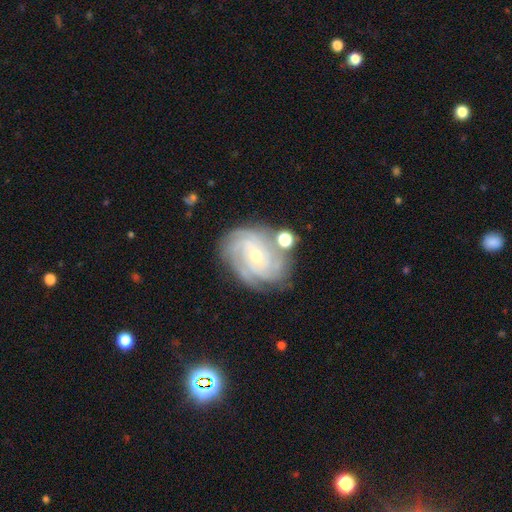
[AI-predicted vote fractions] featured or disk 87%, smooth 7%, star or artifact 6%. Down the decision tree: edge-on disk — no (97%); bar — no (53%); spiral arms — yes (97%); spiral arm count — 4 (31%); spiral winding — tight (73%); bulge size — small (57%); merging — none (72%).